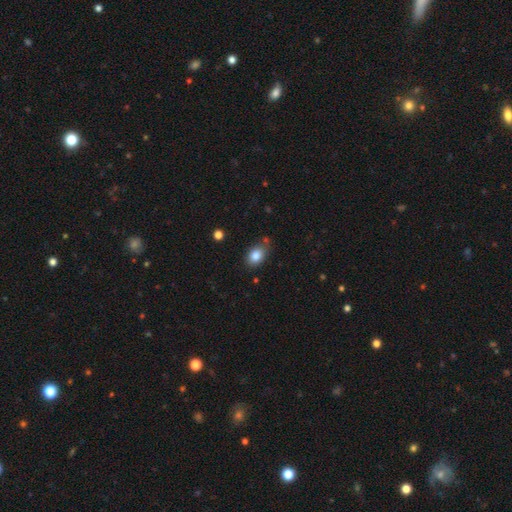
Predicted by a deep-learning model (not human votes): Smooth or featured? smooth (84%)
How rounded? in between (80%)
Merging? none (73%)